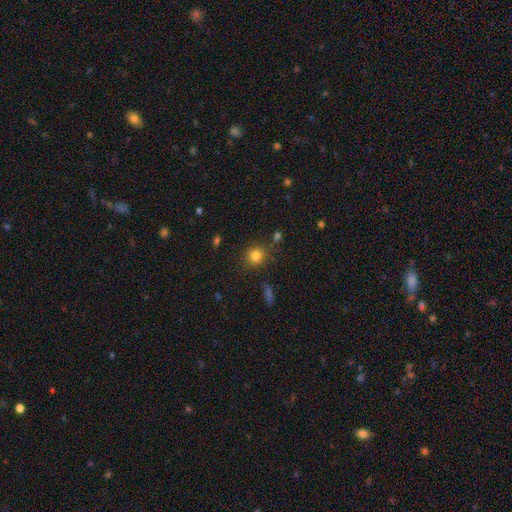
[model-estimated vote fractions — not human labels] This is clearly a smooth galaxy (81%). How rounded: clearly round (87%). Merging: clearly none (84%).